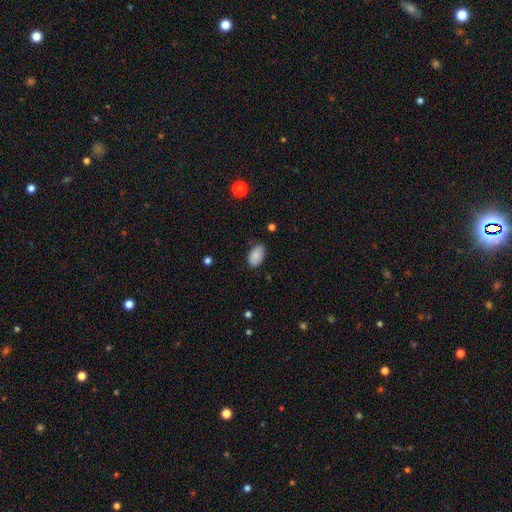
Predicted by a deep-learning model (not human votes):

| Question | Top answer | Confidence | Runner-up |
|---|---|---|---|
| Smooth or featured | smooth | 87% | star or artifact (7%) |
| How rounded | in between | 92% | round (7%) |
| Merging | none | 72% | minor disturbance (23%) |